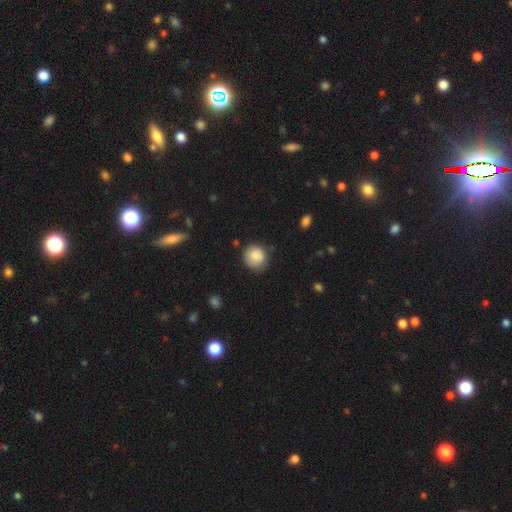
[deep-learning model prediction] This is clearly a smooth galaxy (85%). How rounded: clearly round (85%). Merging: likely none (70%).